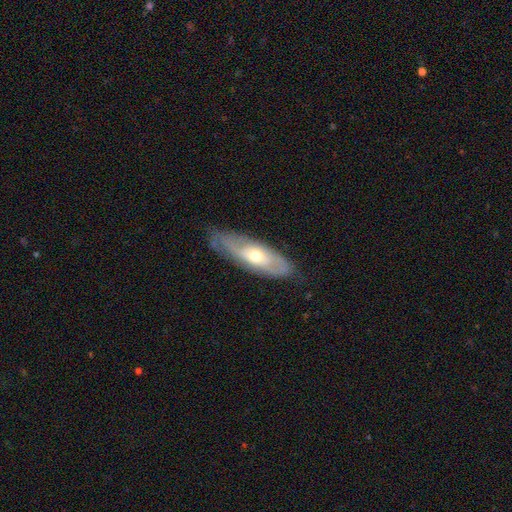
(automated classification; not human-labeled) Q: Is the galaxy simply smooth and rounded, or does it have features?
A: featured or disk — 55%.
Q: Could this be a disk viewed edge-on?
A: no — 71%.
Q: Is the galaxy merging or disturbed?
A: none — 72%.